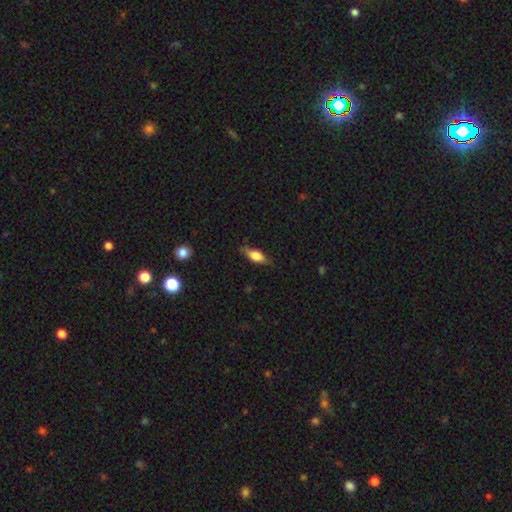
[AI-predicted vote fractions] Smooth or featured? Predicted: smooth (p=0.72). How rounded? Predicted: in between (p=0.74). Merging? Predicted: none (p=0.75).